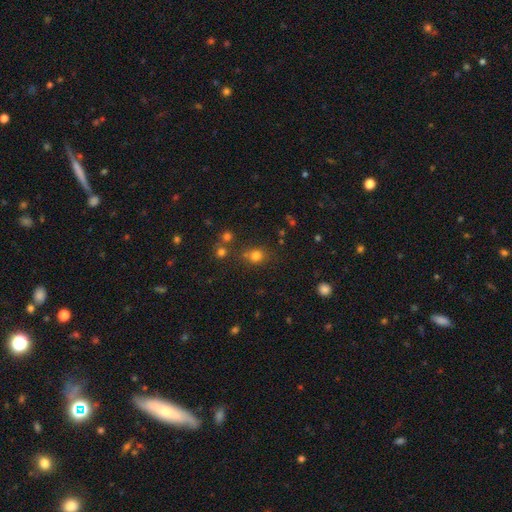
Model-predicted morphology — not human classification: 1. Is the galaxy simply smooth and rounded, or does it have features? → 77% smooth, 17% star or artifact, 7% featured or disk.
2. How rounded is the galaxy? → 72% round, 26% in between, 1% cigar-shaped.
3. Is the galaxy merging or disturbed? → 71% none, 13% minor disturbance, 11% merger, 5% major disturbance.